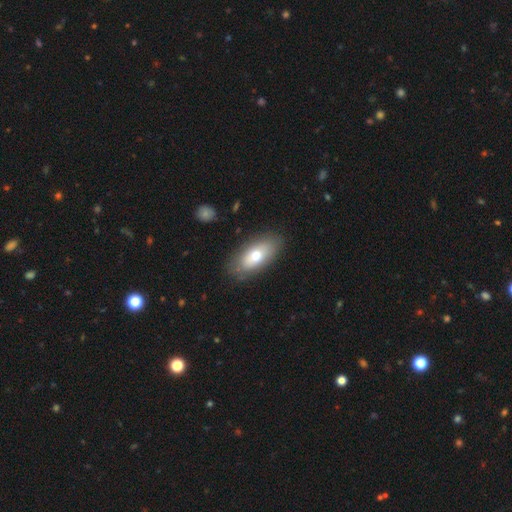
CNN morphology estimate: smooth_or_featured: smooth (p=0.69) [alt: featured or disk p=0.25]
how_rounded: in between (p=0.89) [alt: cigar-shaped p=0.07]
merging: none (p=0.82) [alt: minor disturbance p=0.13]